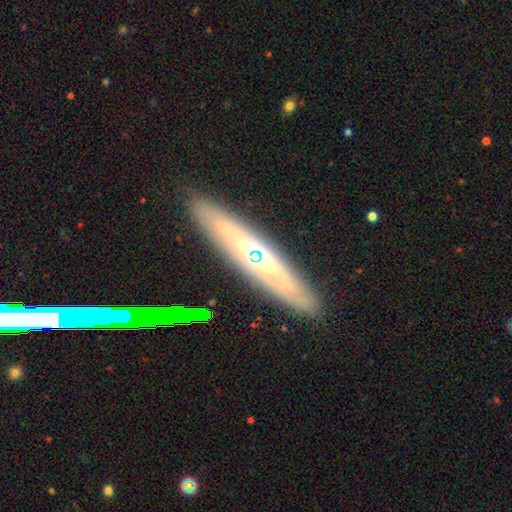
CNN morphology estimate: featured or disk 64%, smooth 25%, star or artifact 10%. Down the decision tree: edge-on disk — yes (69%); merging — none (85%).